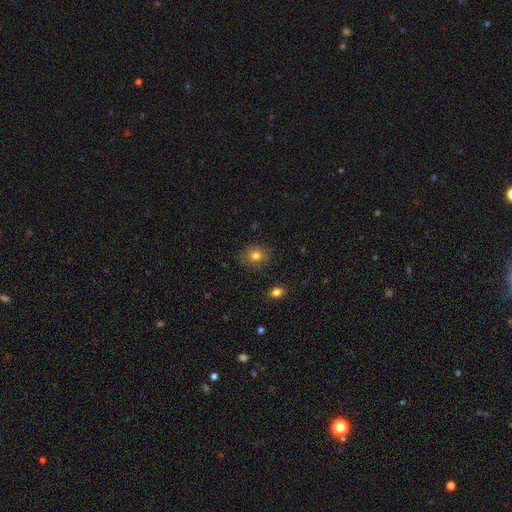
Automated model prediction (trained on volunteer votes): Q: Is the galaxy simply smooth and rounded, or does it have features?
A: smooth — 79%.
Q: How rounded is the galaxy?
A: round — 64%.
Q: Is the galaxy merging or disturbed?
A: none — 83%.